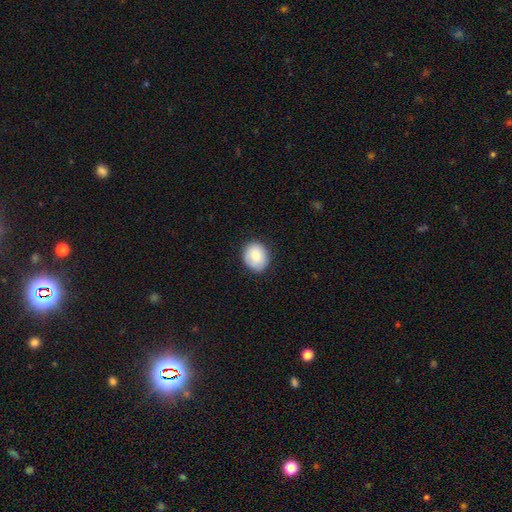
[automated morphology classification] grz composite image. It shows a smooth galaxy with no disk features (84%) that is round (65%). Merging: none (83%).